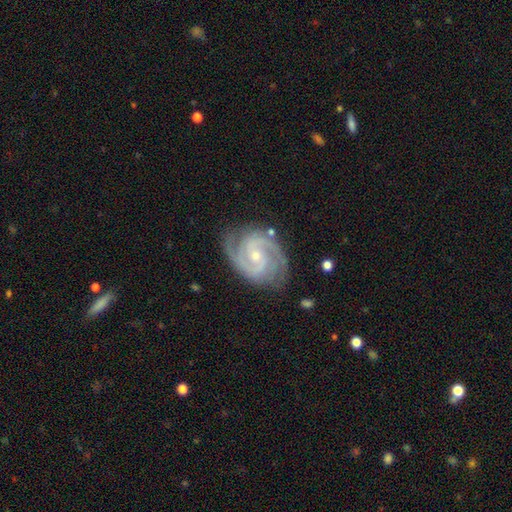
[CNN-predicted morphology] Smooth or featured?
  - featured or disk: 92% *
  - star or artifact: 4%
  - smooth: 3%
Edge-on disk?
  - no: 98% *
  - yes: 2%
Bar?
  - no: 48% *
  - weak: 39%
  - strong: 13%
Spiral arms?
  - yes: 99% *
  - no: 1%
Spiral winding?
  - tight: 52% *
  - medium: 43%
  - loose: 5%
Spiral arm count?
  - 2: 80% *
  - 3: 12%
  - can't tell: 3%
  - 4: 2%
  - 1: 2%
  - more than 4: 2%
Bulge size?
  - small: 68% *
  - moderate: 29%
  - none: 1%
  - large: 1%
  - dominant: 1%
Merging?
  - none: 79% *
  - minor disturbance: 16%
  - major disturbance: 4%
  - merger: 2%